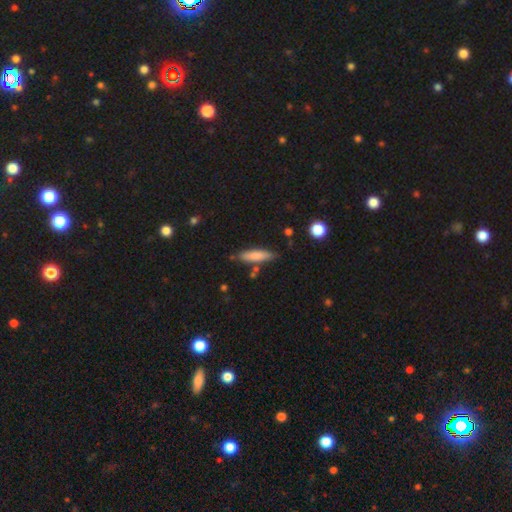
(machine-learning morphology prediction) Q: Smooth or featured?
A: smooth (79%); runner-up: featured or disk (15%)
Q: How rounded?
A: cigar-shaped (73%); runner-up: in between (25%)
Q: Merging?
A: none (79%); runner-up: minor disturbance (14%)